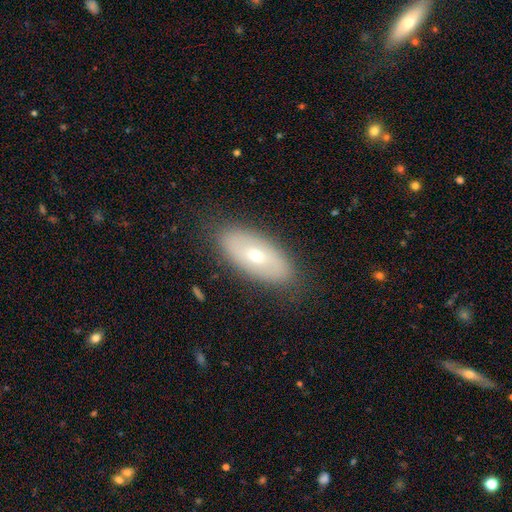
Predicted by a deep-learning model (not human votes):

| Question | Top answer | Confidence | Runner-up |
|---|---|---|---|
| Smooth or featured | smooth | 53% | featured or disk (39%) |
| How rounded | in between | 89% | cigar-shaped (7%) |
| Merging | none | 83% | minor disturbance (12%) |